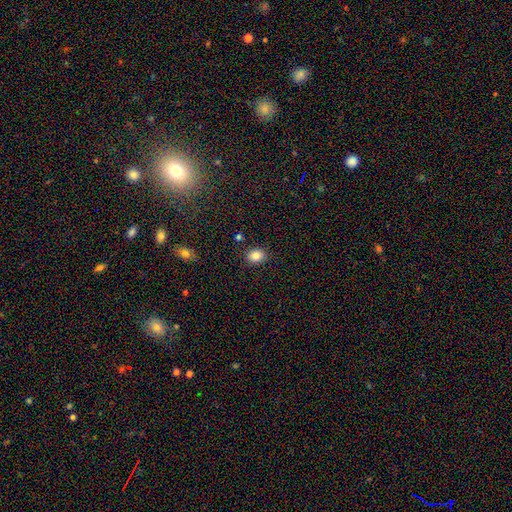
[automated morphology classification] Smooth or featured? smooth (85%)
How rounded? in between (59%)
Merging? none (88%)